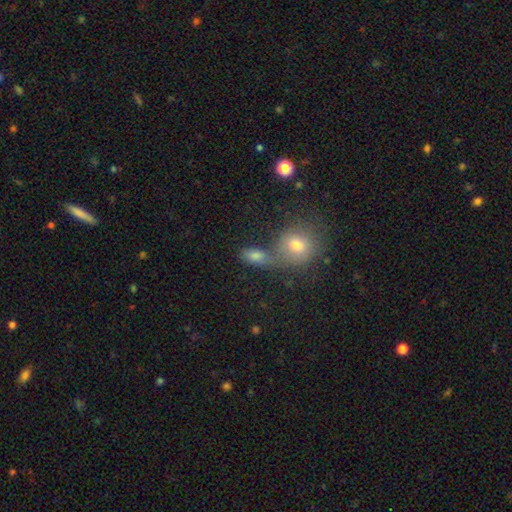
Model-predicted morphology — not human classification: Smooth or featured? smooth (73%)
How rounded? in between (69%)
Merging? merger (42%, tied with none)